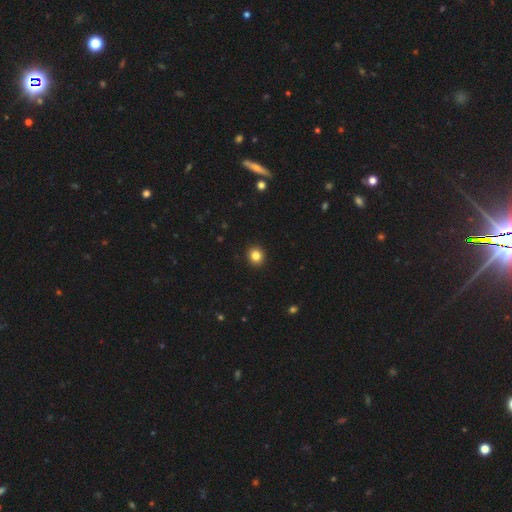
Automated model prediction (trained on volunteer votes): A smooth galaxy with no disk features (84%) that is round (83%). Merging: none (93%).